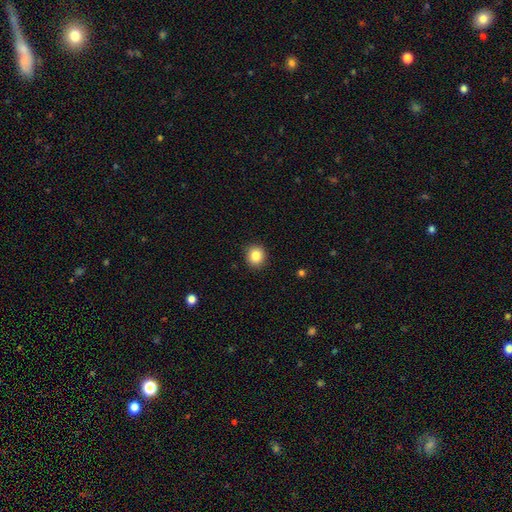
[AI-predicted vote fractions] Morphology: type=smooth (85%); roundness=round (85%); merging=none (90%).